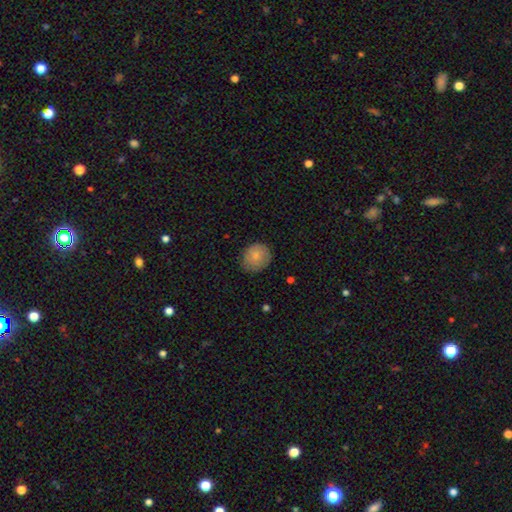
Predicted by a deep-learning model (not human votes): Smooth or featured: smooth — 79% (featured or disk — 13%)
How rounded: round — 82% (in between — 17%)
Merging: none — 76% (minor disturbance — 19%)